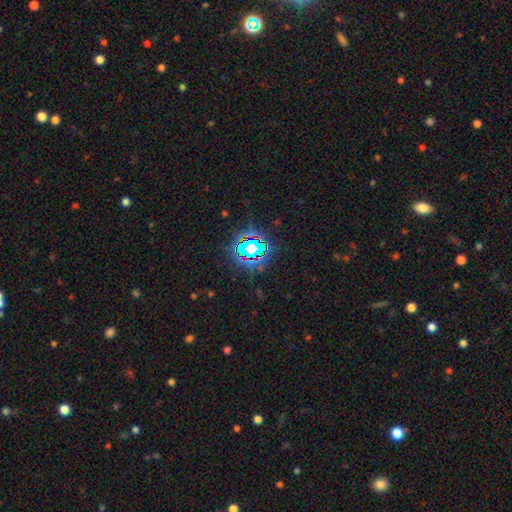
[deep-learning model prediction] Q: Smooth or featured?
A: star or artifact (75%); runner-up: smooth (14%)